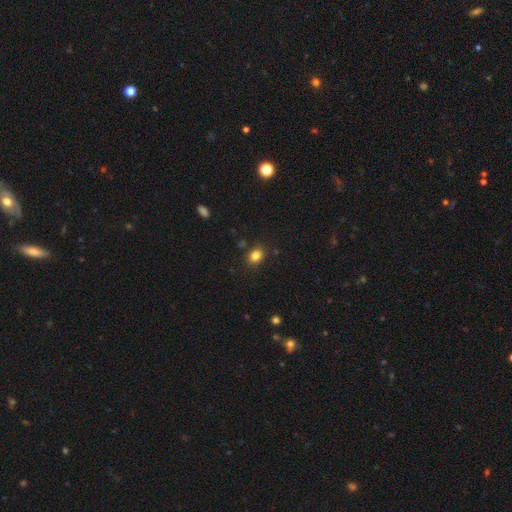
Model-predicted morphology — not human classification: smooth-or-featured: smooth: 82% | star or artifact: 12% | featured or disk: 6%
  how-rounded: round: 50% | in between: 49% | cigar-shaped: 1%
  merging: none: 86% | minor disturbance: 10% | major disturbance: 3% | merger: 2%